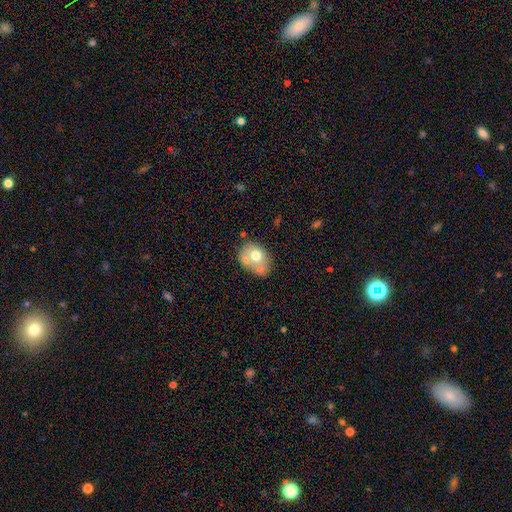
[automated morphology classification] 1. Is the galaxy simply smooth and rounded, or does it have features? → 60% smooth, 32% featured or disk, 8% star or artifact.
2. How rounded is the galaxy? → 66% in between, 33% round, 1% cigar-shaped.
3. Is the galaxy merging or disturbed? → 39% none, 30% merger, 22% minor disturbance, 10% major disturbance.